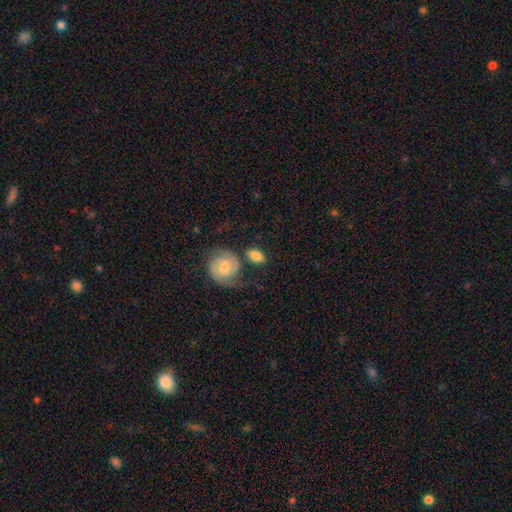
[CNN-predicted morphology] Smooth or featured: smooth — 69% (featured or disk — 25%)
How rounded: in between — 78% (round — 19%)
Merging: none — 60% (minor disturbance — 17%)